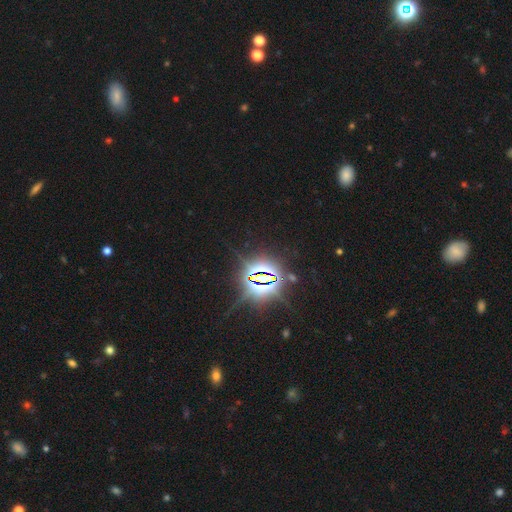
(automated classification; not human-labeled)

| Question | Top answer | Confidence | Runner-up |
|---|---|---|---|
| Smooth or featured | star or artifact | 84% | smooth (10%) |